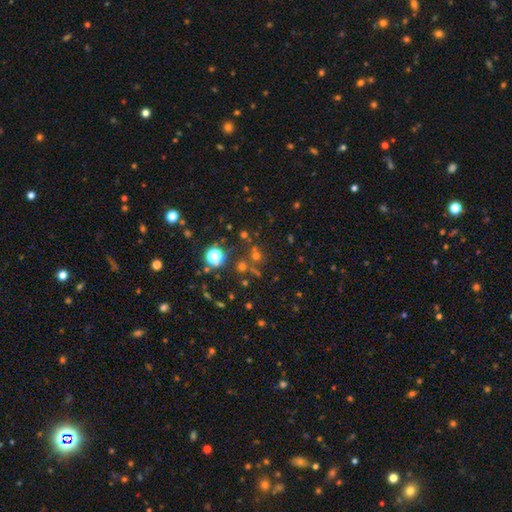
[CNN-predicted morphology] The model was most divided on "smooth or featured": star or artifact: 50%, smooth: 40%, featured or disk: 10%.